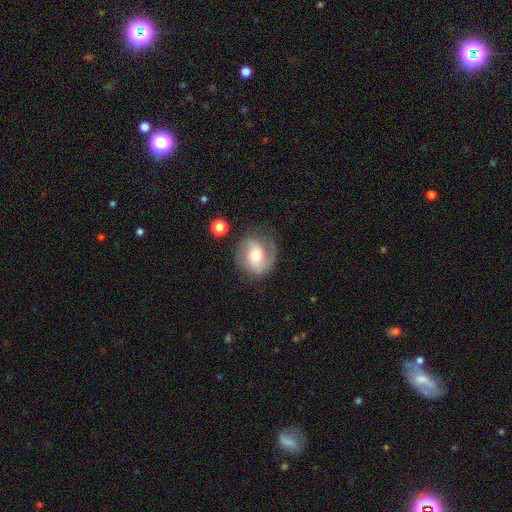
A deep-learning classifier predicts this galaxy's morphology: Q: Smooth or featured?
A: featured or disk (62%); runner-up: smooth (30%)
Q: Edge-on disk?
A: no (97%); runner-up: yes (3%)
Q: Bar?
A: no (48%); runner-up: weak (38%)
Q: Spiral arms?
A: yes (86%); runner-up: no (14%)
Q: Spiral winding?
A: medium (46%); runner-up: tight (28%)
Q: Spiral arm count?
A: 2 (70%); runner-up: 1 (17%)
Q: Bulge size?
A: moderate (67%); runner-up: small (22%)
Q: Merging?
A: none (67%); runner-up: minor disturbance (20%)